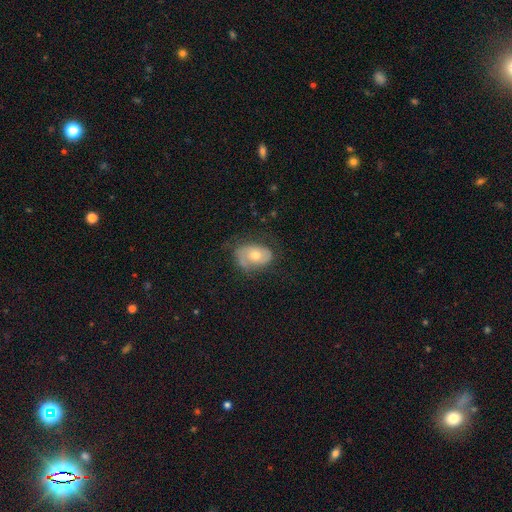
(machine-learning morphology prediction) This is possibly a smooth galaxy (52%). How rounded: likely in between (80%). Merging: possibly none (54%).